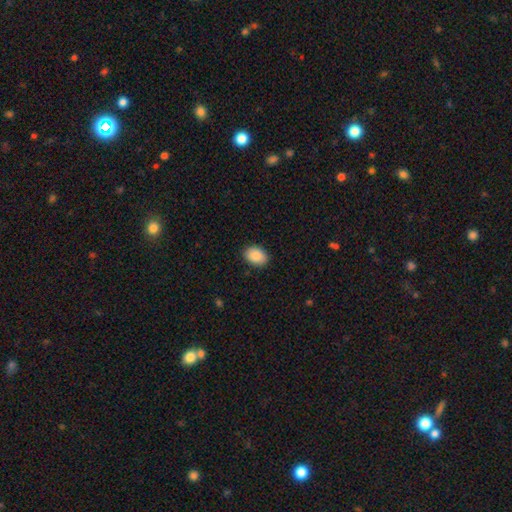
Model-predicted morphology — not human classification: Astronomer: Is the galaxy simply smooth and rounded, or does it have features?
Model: smooth — 88%.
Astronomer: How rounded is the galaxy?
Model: in between — 81%.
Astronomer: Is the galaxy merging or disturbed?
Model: none — 89%.